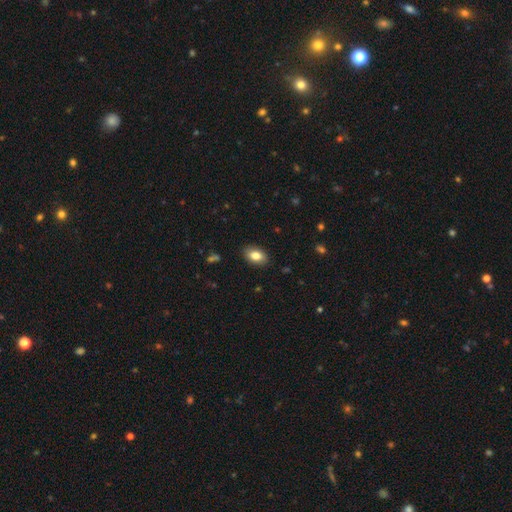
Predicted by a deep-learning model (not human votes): smooth 84%, featured or disk 9%, star or artifact 8%. Down the decision tree: how rounded — in between (87%); merging — none (88%).